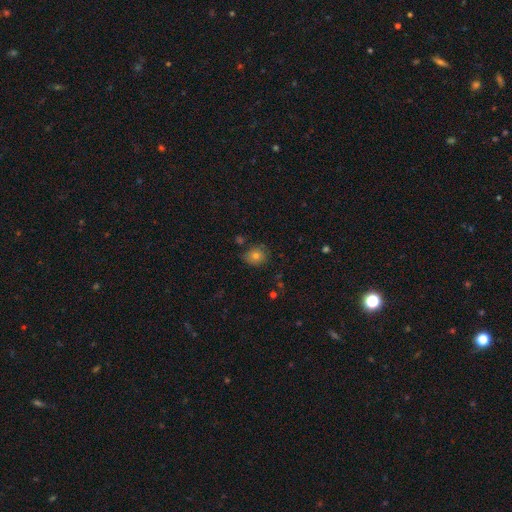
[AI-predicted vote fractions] smooth-or-featured: smooth: 76% | star or artifact: 14% | featured or disk: 10%
  how-rounded: round: 77% | in between: 22% | cigar-shaped: 1%
  merging: none: 80% | minor disturbance: 14% | major disturbance: 3% | merger: 3%